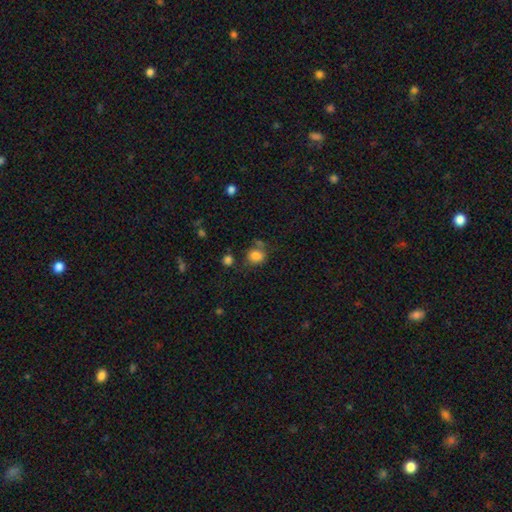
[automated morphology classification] This appears to be a smooth galaxy with no disk features (80%) that is round (61%). Merging: none (60%).